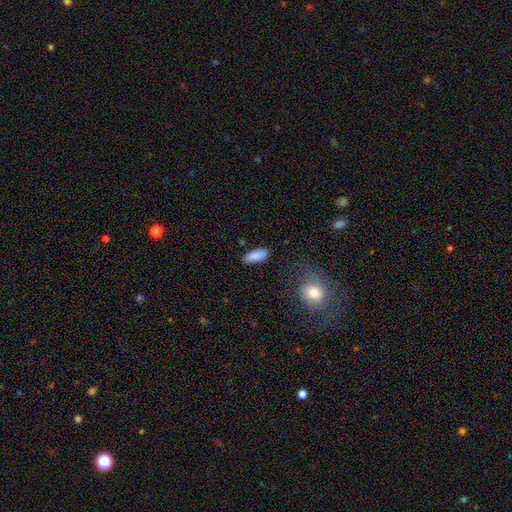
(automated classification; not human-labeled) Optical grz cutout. It shows a smooth galaxy with no disk features (88%) that is in between round and cigar-shaped (81%). Merging: none (83%).